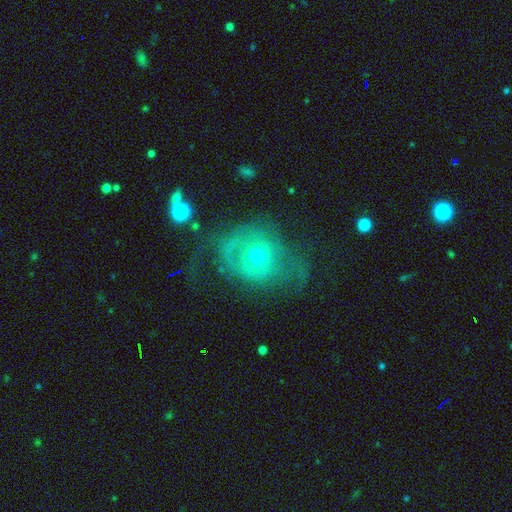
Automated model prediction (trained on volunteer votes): This appears to be a featured or disk galaxy (58%) with no bar (84%), spiral arms (57%) and a small central bulge (63%). Merging: none (39%).